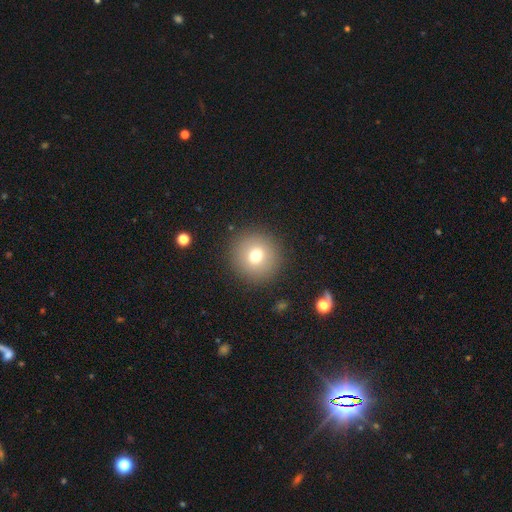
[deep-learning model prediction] smooth_or_featured: smooth (p=0.73) [alt: featured or disk p=0.14]
how_rounded: round (p=0.95) [alt: in between p=0.05]
merging: none (p=0.90) [alt: minor disturbance p=0.06]